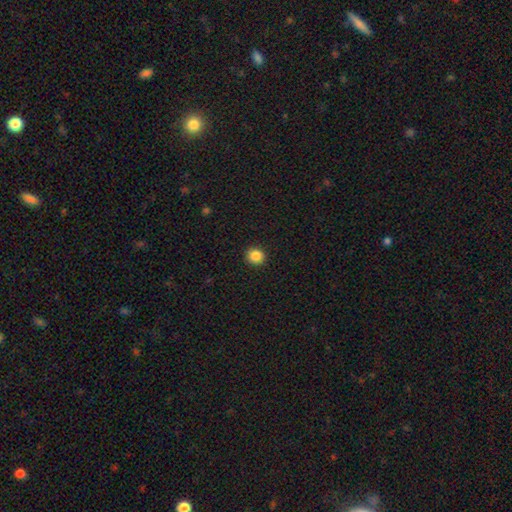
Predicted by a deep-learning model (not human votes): Smooth or featured? Predicted: smooth (p=0.86). How rounded? Predicted: round (p=0.89). Merging? Predicted: none (p=0.92).